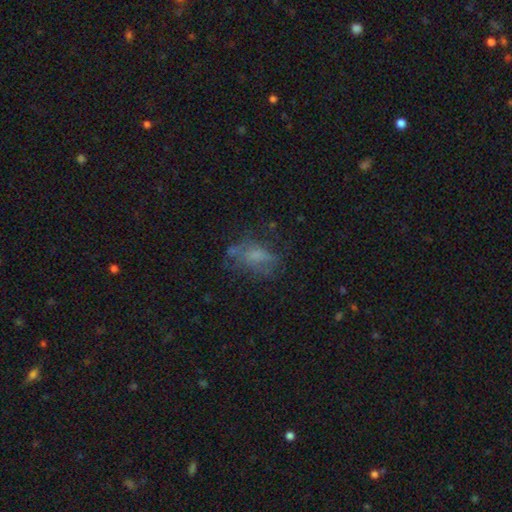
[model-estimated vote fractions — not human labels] smooth_or_featured: smooth (p=0.45) [alt: featured or disk p=0.38]
merging: none (p=0.46) [alt: major disturbance p=0.27]